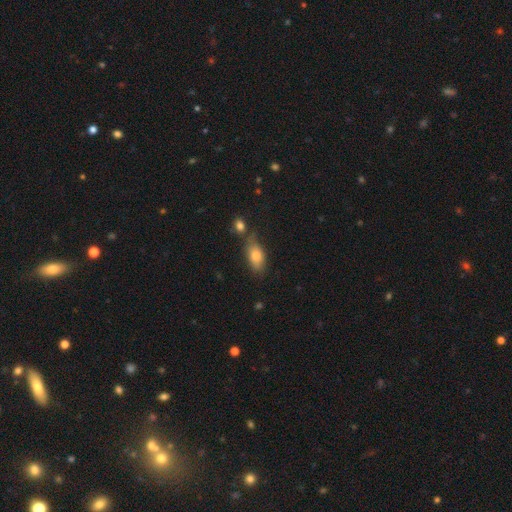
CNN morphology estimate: A smooth galaxy with no disk features (76%) that is in between round and cigar-shaped (86%). Merging: none (59%).